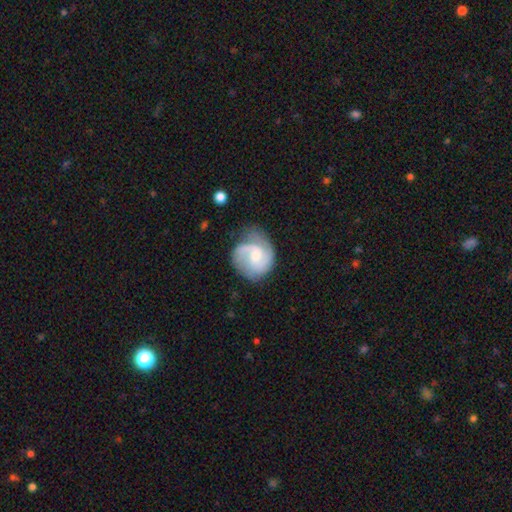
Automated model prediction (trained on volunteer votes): featured or disk 75%, smooth 19%, star or artifact 6%. Down the decision tree: edge-on disk — no (98%); bar — no (49%); spiral arms — yes (94%); spiral arm count — 2 (67%); spiral winding — medium (48%); bulge size — moderate (46%); merging — none (58%).